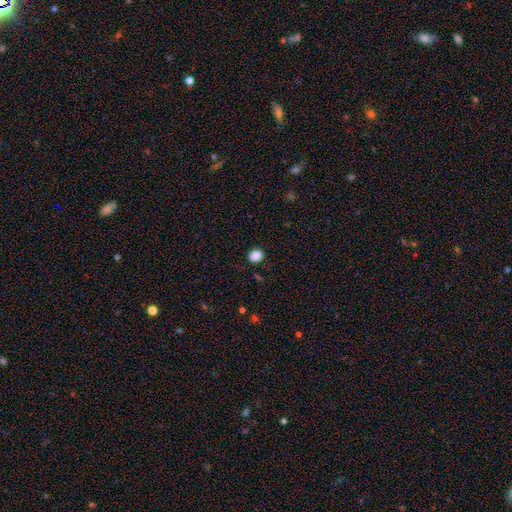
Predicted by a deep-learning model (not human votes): This is clearly a smooth galaxy (87%). How rounded: likely round (61%). Merging: clearly none (88%).